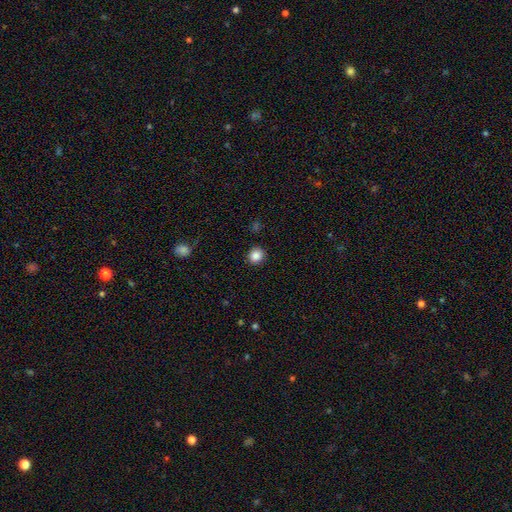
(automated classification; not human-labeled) Smooth or featured? smooth (86%)
How rounded? round (90%)
Merging? none (92%)